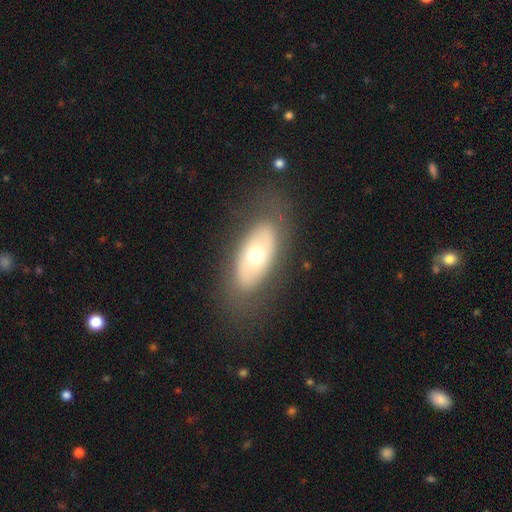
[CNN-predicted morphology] Smooth or featured? Predicted: smooth (p=0.49). Merging? Predicted: none (p=0.78).